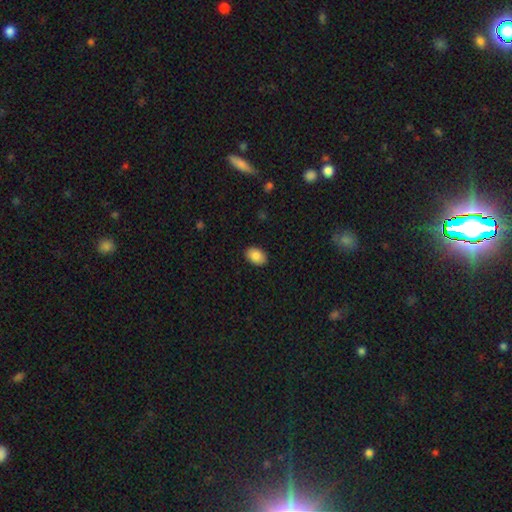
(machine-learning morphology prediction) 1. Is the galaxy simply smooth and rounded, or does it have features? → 87% smooth, 7% star or artifact, 6% featured or disk.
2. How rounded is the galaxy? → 85% in between, 14% round, 1% cigar-shaped.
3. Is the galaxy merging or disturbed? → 89% none, 8% minor disturbance, 2% major disturbance, 1% merger.